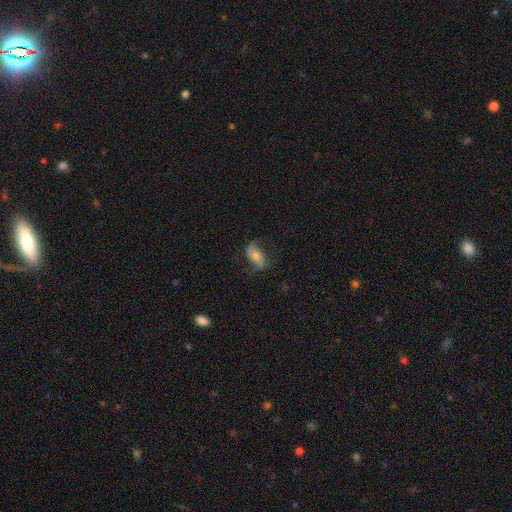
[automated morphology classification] featured or disk 63%, smooth 28%, star or artifact 9%. Down the decision tree: edge-on disk — no (90%); bar — no (52%); spiral arms — yes (88%); spiral arm count — 2 (90%); spiral winding — loose (71%); bulge size — moderate (60%); merging — none (72%).